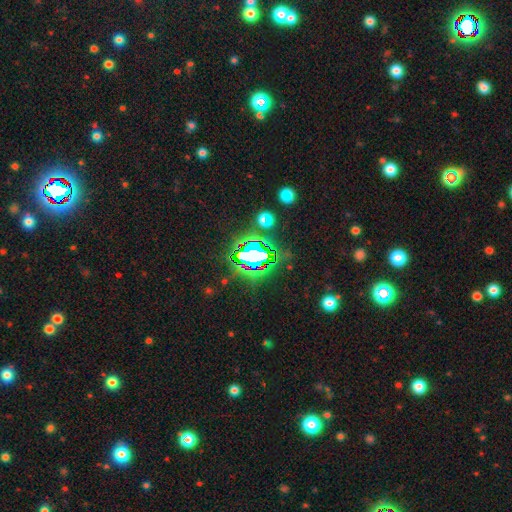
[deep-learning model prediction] This appears to be a star or artifact, not a galaxy (76%).